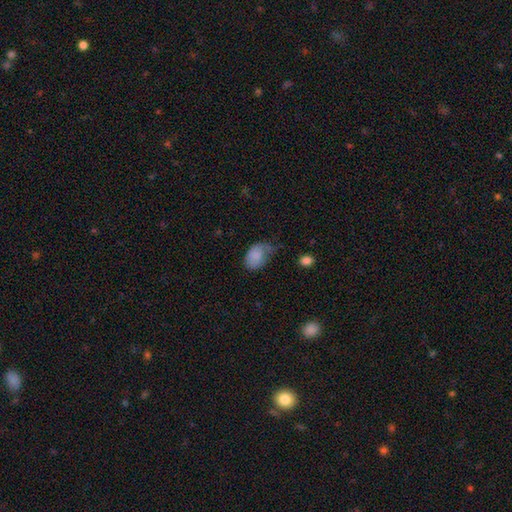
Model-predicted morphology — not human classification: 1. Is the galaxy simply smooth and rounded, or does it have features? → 80% smooth, 12% featured or disk, 8% star or artifact.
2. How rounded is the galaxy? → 83% in between, 15% round, 1% cigar-shaped.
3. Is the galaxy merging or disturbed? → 39% minor disturbance, 33% none, 25% major disturbance, 3% merger.